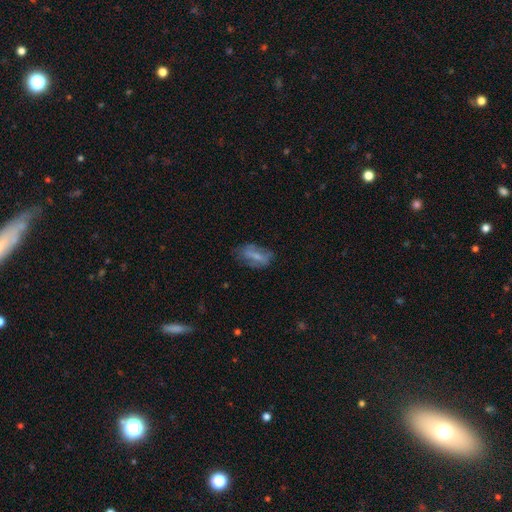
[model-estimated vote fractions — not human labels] Smooth or featured? smooth (48%)
Merging? none (58%)